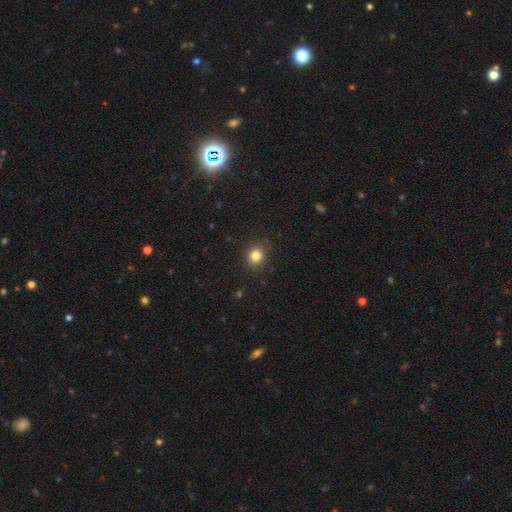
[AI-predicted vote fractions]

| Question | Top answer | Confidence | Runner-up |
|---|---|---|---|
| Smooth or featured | smooth | 82% | star or artifact (12%) |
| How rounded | round | 79% | in between (20%) |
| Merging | none | 88% | minor disturbance (9%) |